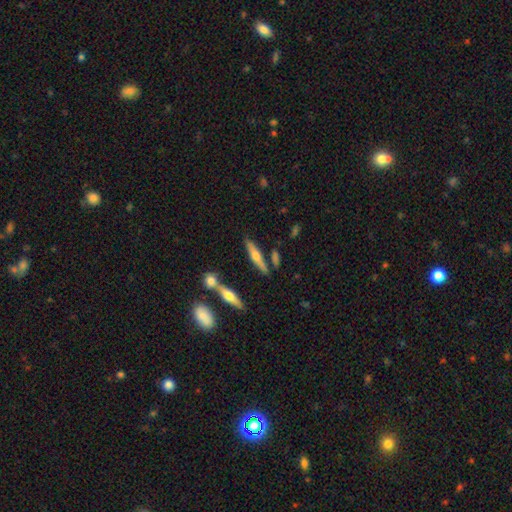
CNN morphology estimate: smooth-or-featured: featured or disk: 55% | smooth: 38% | star or artifact: 7%
  disk-edge-on: yes: 93% | no: 7%
    edge-on-bulge: rounded: 91% | none: 4% | boxy: 4%
  merging: none: 73% | merger: 13% | minor disturbance: 11% | major disturbance: 3%